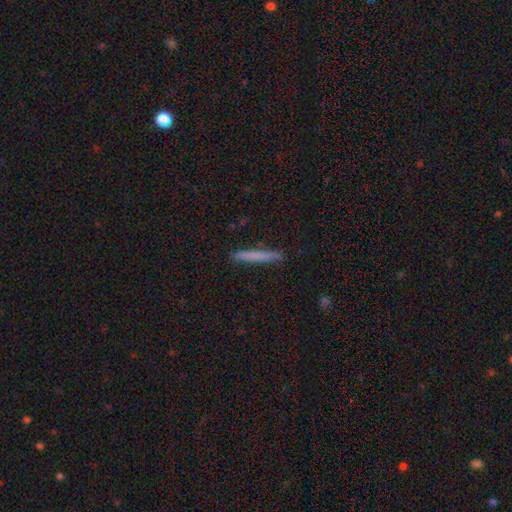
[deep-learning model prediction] Morphology: type=smooth (72%); roundness=cigar-shaped (96%); merging=none (90%).